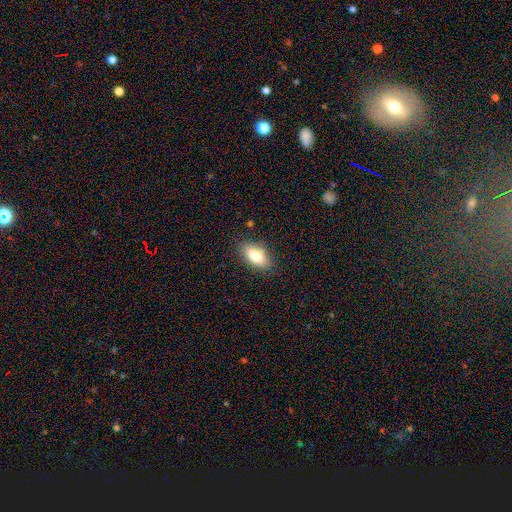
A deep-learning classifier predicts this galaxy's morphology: Smooth or featured?
  - smooth: 82% *
  - featured or disk: 11%
  - star or artifact: 7%
How rounded?
  - in between: 89% *
  - cigar-shaped: 7%
  - round: 4%
Merging?
  - none: 83% *
  - minor disturbance: 12%
  - major disturbance: 3%
  - merger: 1%